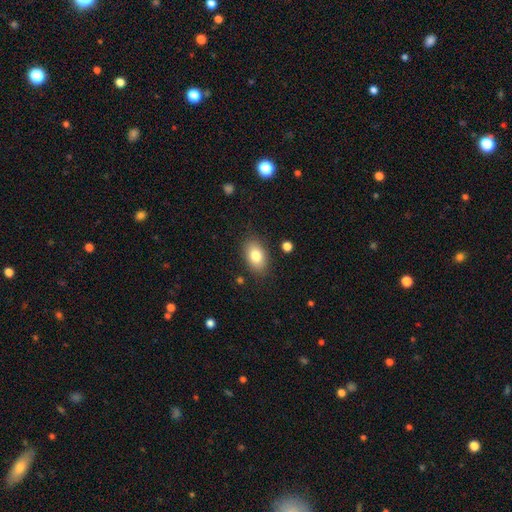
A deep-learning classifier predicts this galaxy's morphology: This appears to be a smooth galaxy with no disk features (81%) that is in between round and cigar-shaped (88%). Merging: none (84%).